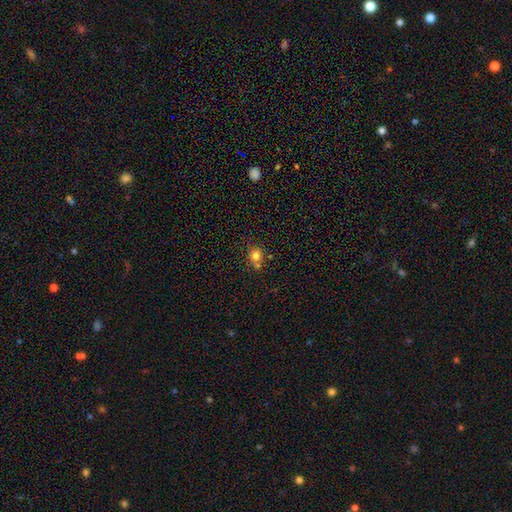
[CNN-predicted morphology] Q: Smooth or featured?
A: smooth (78%); runner-up: star or artifact (13%)
Q: How rounded?
A: round (83%); runner-up: in between (16%)
Q: Merging?
A: none (60%); runner-up: merger (24%)